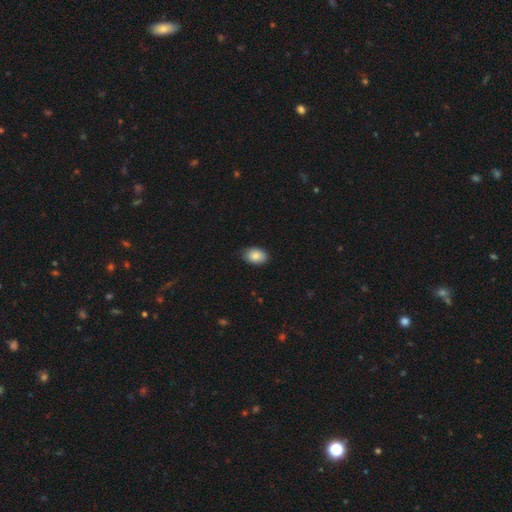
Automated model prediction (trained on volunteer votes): A smooth galaxy with no disk features (87%) that is in between round and cigar-shaped (87%).

Vote fractions:
- Smooth or featured? smooth: 87% / star or artifact: 7% / featured or disk: 6%
- How rounded? in between: 87% / round: 12% / cigar-shaped: 1%
- Merging? none: 84% / minor disturbance: 13% / major disturbance: 2% / merger: 1%